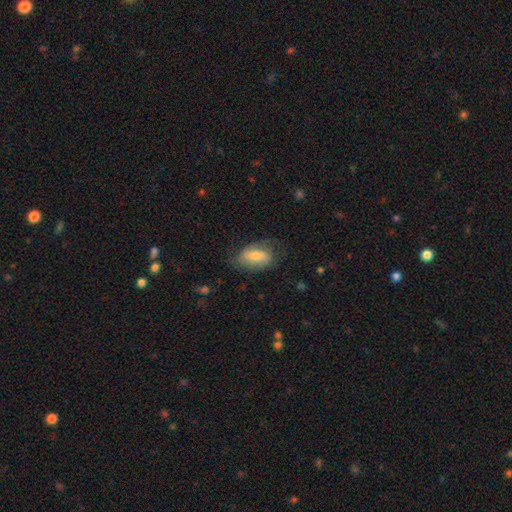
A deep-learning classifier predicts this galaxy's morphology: Q: Smooth or featured?
A: smooth (49%); runner-up: featured or disk (43%)
Q: Merging?
A: none (66%); runner-up: minor disturbance (24%)